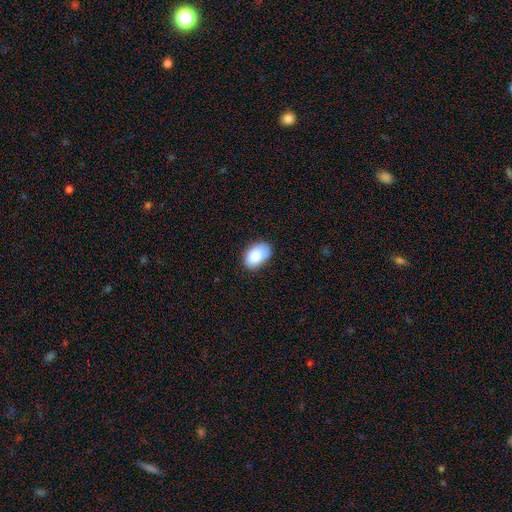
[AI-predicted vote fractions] smooth_or_featured: smooth (p=0.84) [alt: featured or disk p=0.09]
how_rounded: in between (p=0.92) [alt: round p=0.07]
merging: none (p=0.70) [alt: minor disturbance p=0.24]